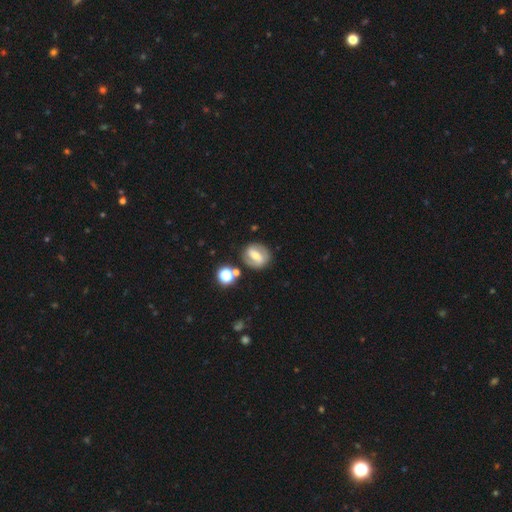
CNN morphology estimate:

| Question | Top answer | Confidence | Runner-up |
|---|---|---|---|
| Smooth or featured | featured or disk | 53% | smooth (37%) |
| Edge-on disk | no | 93% | yes (7%) |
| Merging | none | 74% | minor disturbance (14%) |